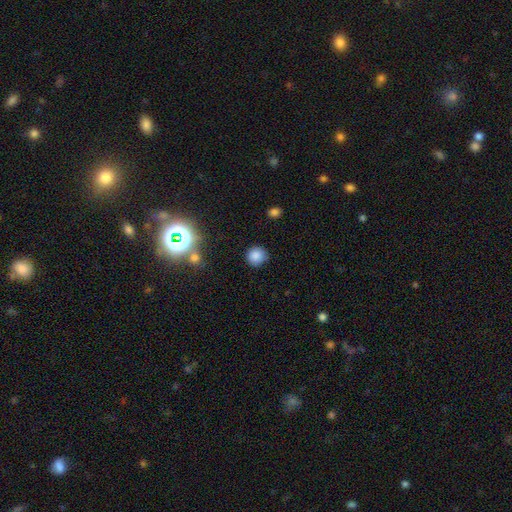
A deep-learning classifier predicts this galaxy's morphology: Smooth or featured: smooth — 82% (star or artifact — 13%)
How rounded: round — 91% (in between — 8%)
Merging: none — 85% (minor disturbance — 10%)